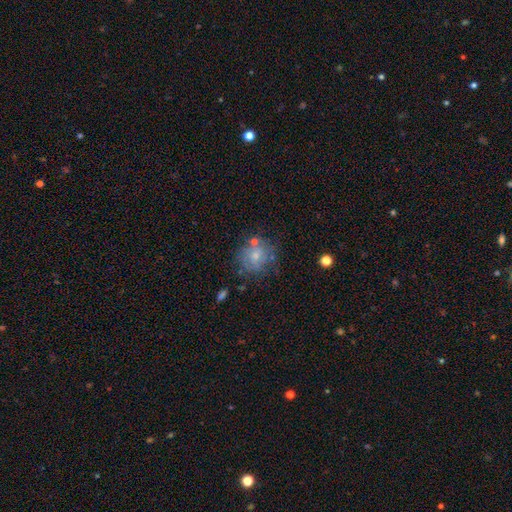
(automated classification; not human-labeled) Smooth or featured? Predicted: smooth (p=0.58). How rounded? Predicted: round (p=0.81). Merging? Predicted: none (p=0.60).